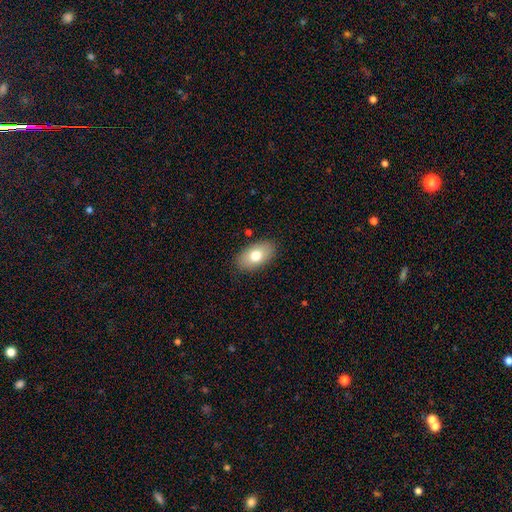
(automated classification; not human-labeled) Smooth or featured? smooth (74%)
How rounded? in between (92%)
Merging? none (87%)